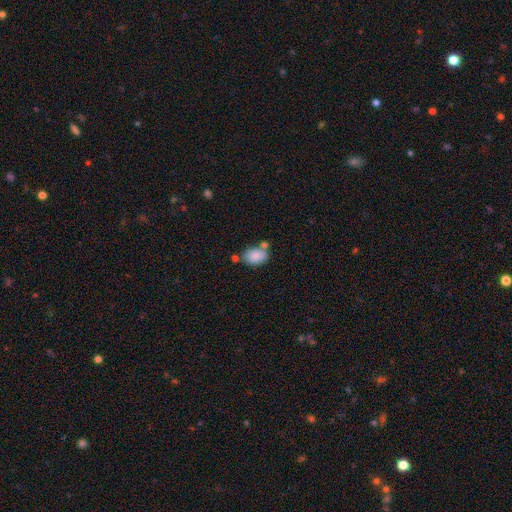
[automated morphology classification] A smooth galaxy with no disk features (86%) that is in between round and cigar-shaped (85%). Merging: none (59%).